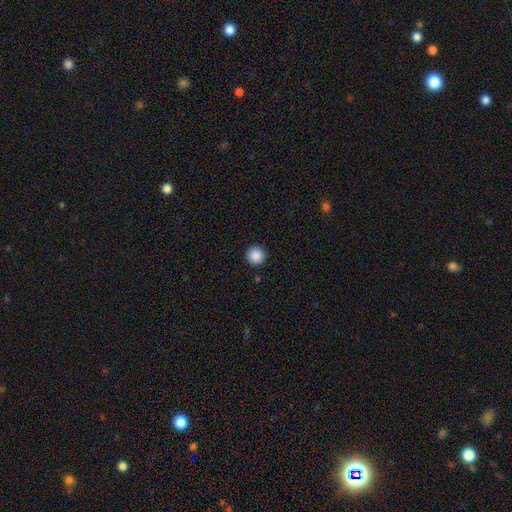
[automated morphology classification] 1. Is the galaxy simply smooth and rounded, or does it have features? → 89% smooth, 9% star or artifact, 2% featured or disk.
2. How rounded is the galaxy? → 96% round, 3% in between, 1% cigar-shaped.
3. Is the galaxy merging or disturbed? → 93% none, 4% minor disturbance, 2% major disturbance, 1% merger.